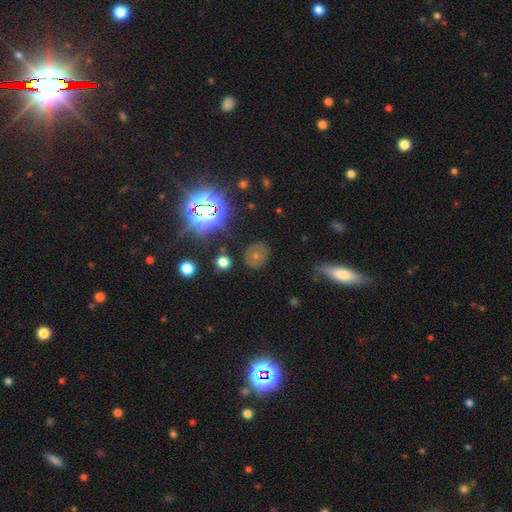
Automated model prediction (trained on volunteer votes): Q: Smooth or featured?
A: smooth (51%); runner-up: star or artifact (29%)
Q: How rounded?
A: round (66%); runner-up: in between (32%)
Q: Merging?
A: none (74%); runner-up: minor disturbance (17%)